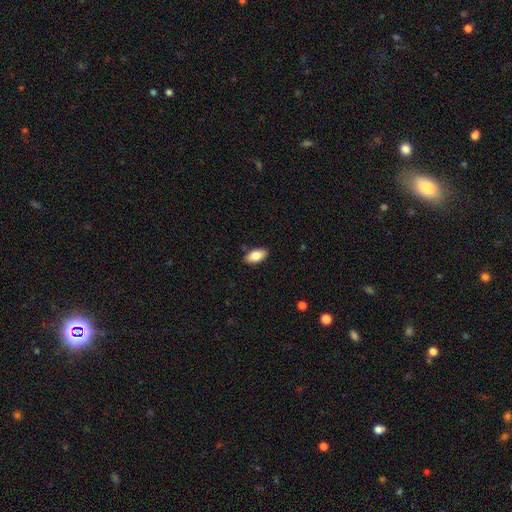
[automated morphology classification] A smooth galaxy with no disk features (82%) that is in between round and cigar-shaped (92%). Merging: none (87%).